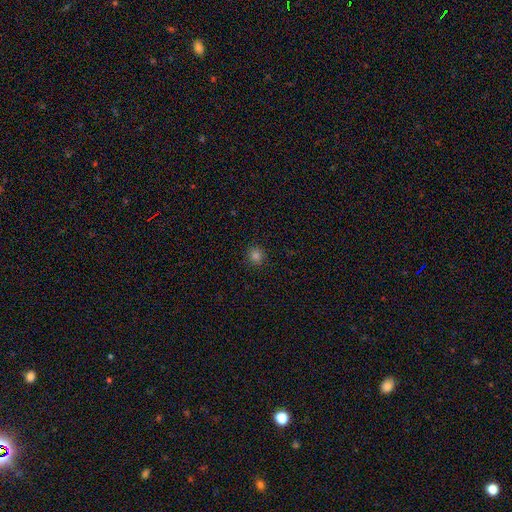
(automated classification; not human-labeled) Smooth or featured? smooth (81%)
How rounded? round (90%)
Merging? none (91%)